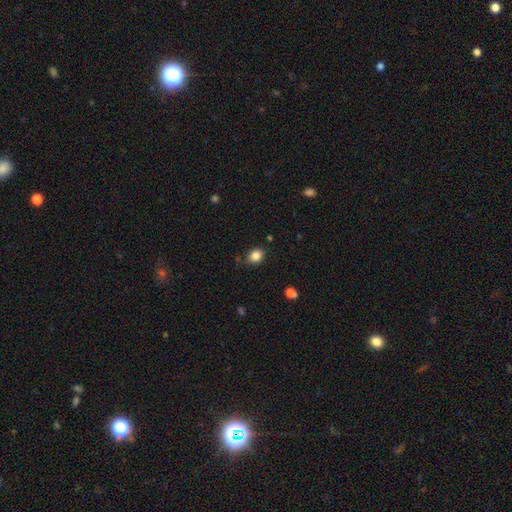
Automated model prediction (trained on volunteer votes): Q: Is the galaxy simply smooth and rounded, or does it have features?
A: smooth — 85%.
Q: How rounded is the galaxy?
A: round — 51%.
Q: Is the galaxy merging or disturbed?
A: none — 83%.